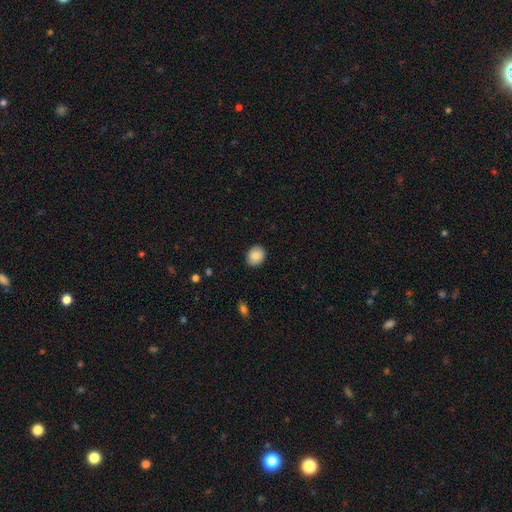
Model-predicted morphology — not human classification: Smooth or featured? smooth (88%)
How rounded? round (57%)
Merging? none (89%)